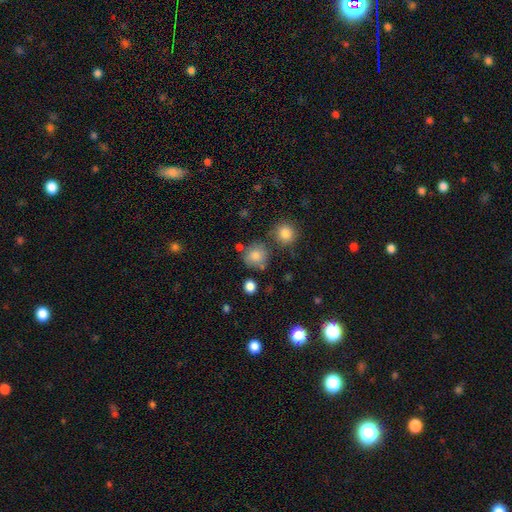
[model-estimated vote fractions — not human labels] Morphology: type=smooth (81%); roundness=round (89%); merging=none (71%).